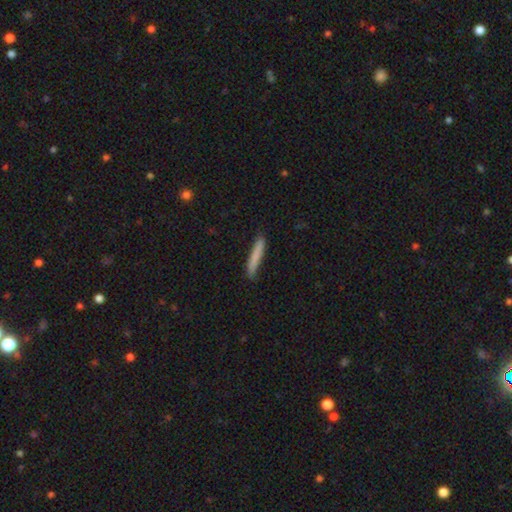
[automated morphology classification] The model was most divided on "smooth or featured": smooth: 80%, featured or disk: 14%, star or artifact: 6%. More confident: how rounded — cigar-shaped (94%); merging — none (86%).